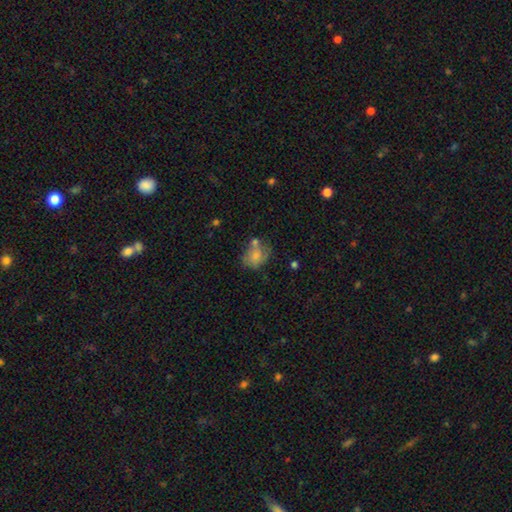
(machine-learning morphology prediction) A smooth galaxy with no disk features (58%) that is in between round and cigar-shaped (60%). Merging: none (37%).